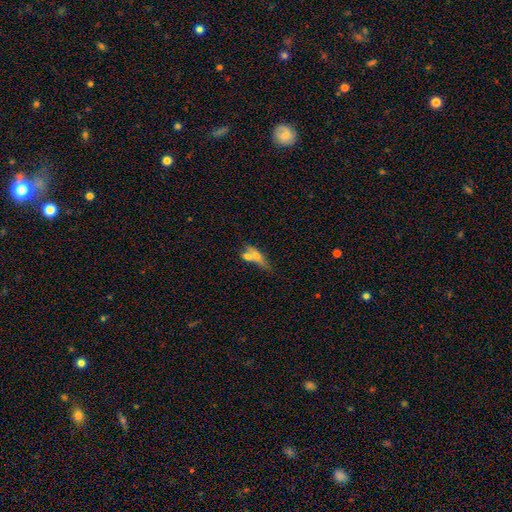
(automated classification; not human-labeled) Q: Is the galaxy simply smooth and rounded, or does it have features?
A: smooth — 53%.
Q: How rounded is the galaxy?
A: in between — 46%, tied with cigar-shaped.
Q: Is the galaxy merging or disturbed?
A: merger — 46%.